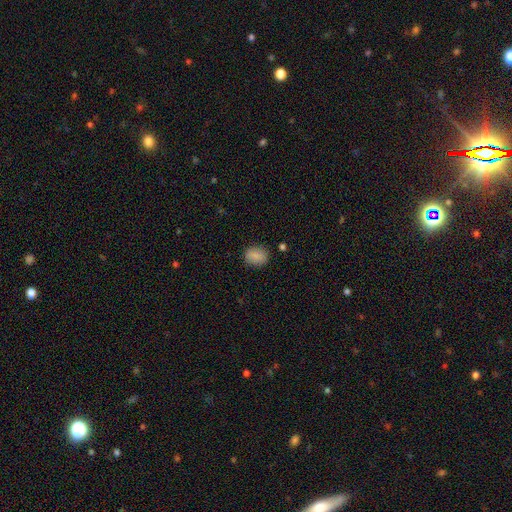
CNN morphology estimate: Smooth or featured?
  - smooth: 85% *
  - star or artifact: 8%
  - featured or disk: 6%
How rounded?
  - round: 52% *
  - in between: 47%
  - cigar-shaped: 1%
Merging?
  - none: 85% *
  - minor disturbance: 10%
  - major disturbance: 3%
  - merger: 2%